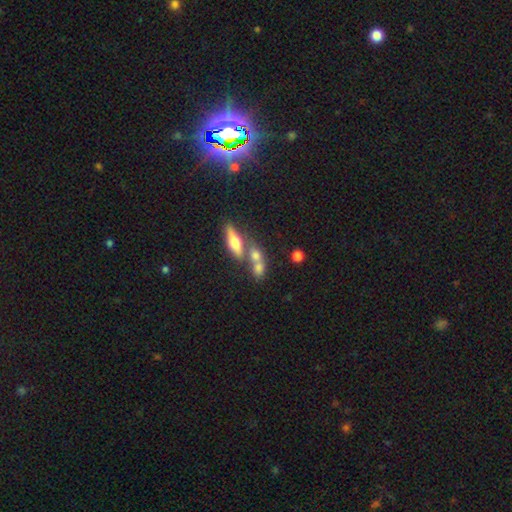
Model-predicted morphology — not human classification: smooth-or-featured: smooth: 62% | featured or disk: 25% | star or artifact: 13%
  how-rounded: in between: 48% | round: 30% | cigar-shaped: 22%
  merging: merger: 51% | none: 36% | minor disturbance: 8% | major disturbance: 4%